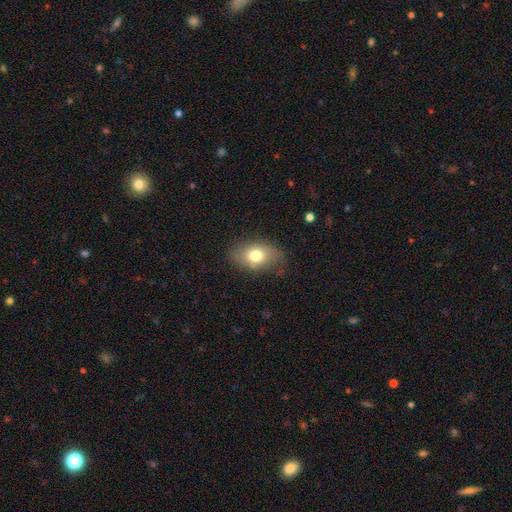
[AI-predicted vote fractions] Smooth or featured: smooth — 74% (featured or disk — 18%)
How rounded: in between — 85% (round — 13%)
Merging: none — 76% (minor disturbance — 18%)